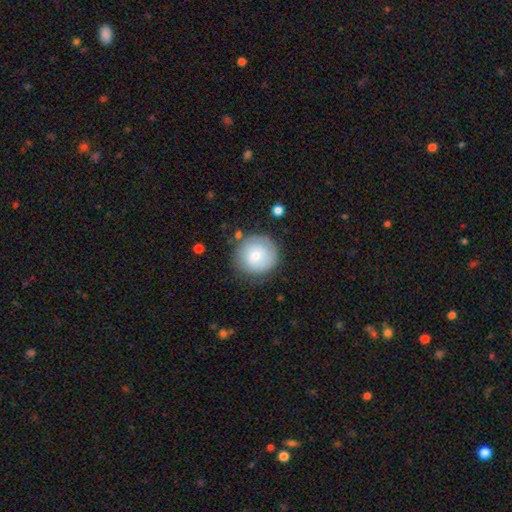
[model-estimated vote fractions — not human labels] smooth_or_featured: smooth (p=0.65) [alt: featured or disk p=0.27]
how_rounded: round (p=0.94) [alt: in between p=0.05]
merging: none (p=0.78) [alt: minor disturbance p=0.15]